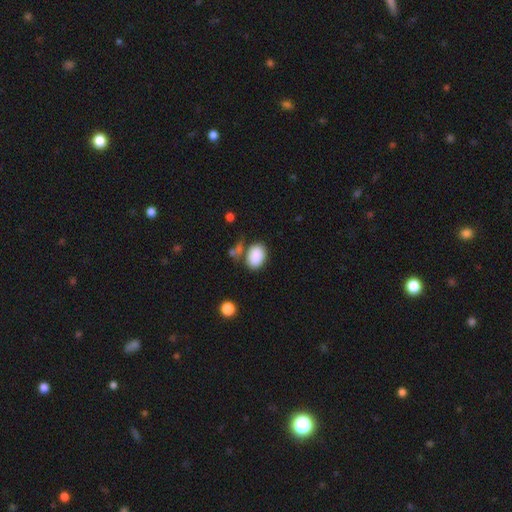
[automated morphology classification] Smooth or featured: smooth — 88% (star or artifact — 8%)
How rounded: in between — 81% (round — 18%)
Merging: none — 70% (minor disturbance — 15%)